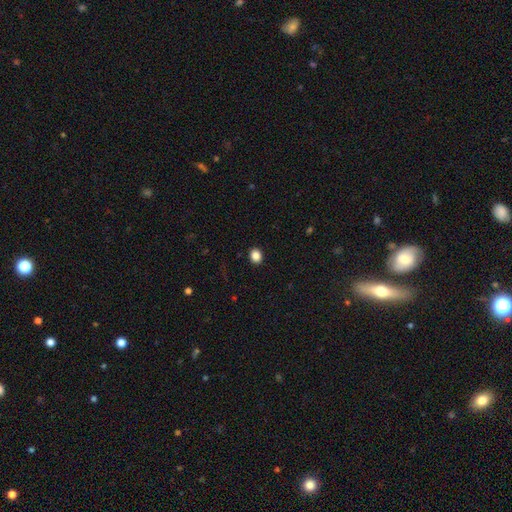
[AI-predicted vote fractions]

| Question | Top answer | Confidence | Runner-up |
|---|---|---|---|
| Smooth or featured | smooth | 86% | star or artifact (10%) |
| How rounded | round | 62% | in between (37%) |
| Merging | none | 92% | minor disturbance (6%) |